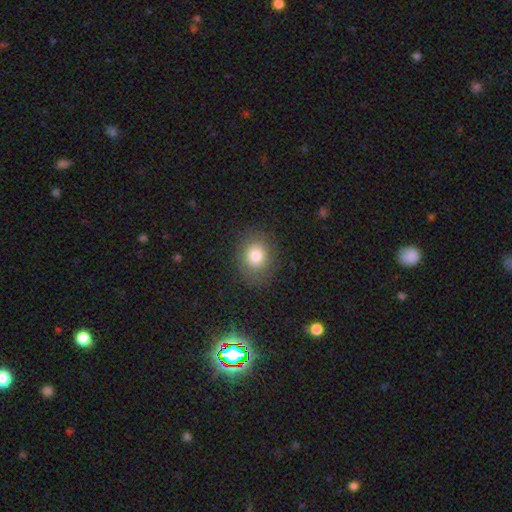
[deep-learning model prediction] This appears to be a smooth galaxy with no disk features (78%) that is round (62%). Merging: none (81%).